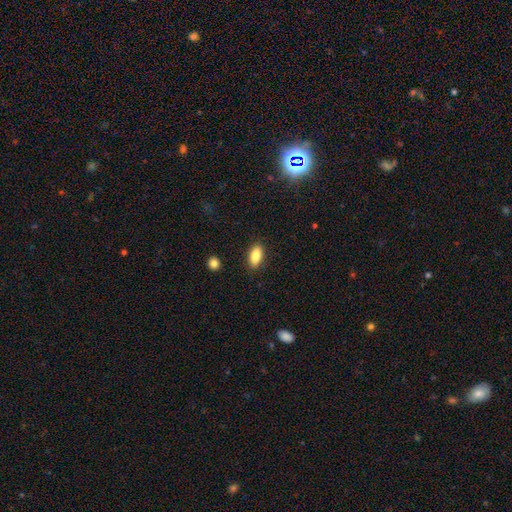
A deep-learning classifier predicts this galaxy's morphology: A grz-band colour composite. It shows a smooth galaxy with no disk features (86%) that is in between round and cigar-shaped (88%). Merging: none (88%).